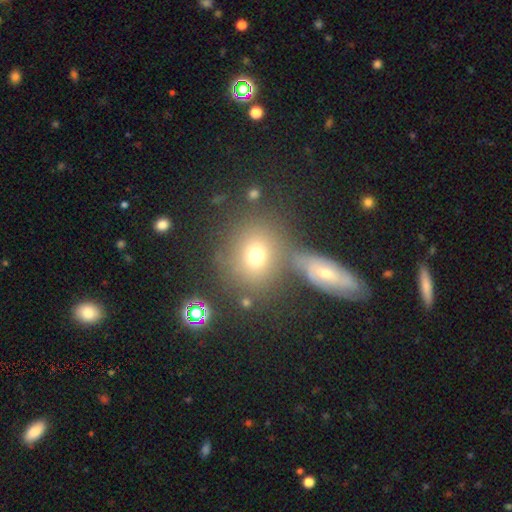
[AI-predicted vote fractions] Smooth or featured?
  - smooth: 70% *
  - featured or disk: 16%
  - star or artifact: 14%
How rounded?
  - round: 66% *
  - in between: 33%
  - cigar-shaped: 2%
Merging?
  - none: 60% *
  - merger: 24%
  - minor disturbance: 11%
  - major disturbance: 5%